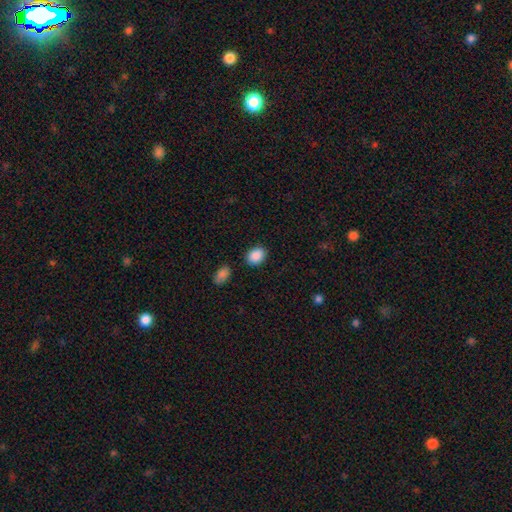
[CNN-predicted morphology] A smooth galaxy with no disk features (89%) that is in between round and cigar-shaped (62%). Merging: none (85%).